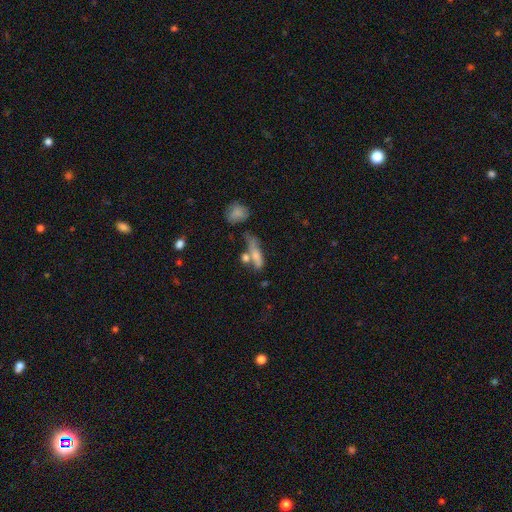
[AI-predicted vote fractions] Smooth or featured? Predicted: smooth (p=0.65). How rounded? Predicted: cigar-shaped (p=0.55). Merging? Predicted: none (p=0.35).